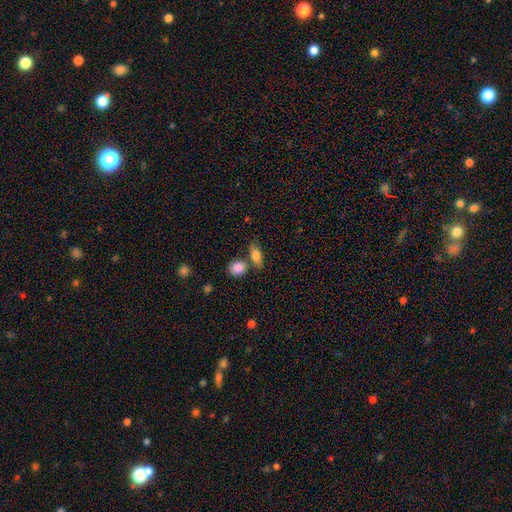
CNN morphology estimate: type=smooth (81%); roundness=in between (78%); merging=none (57%).